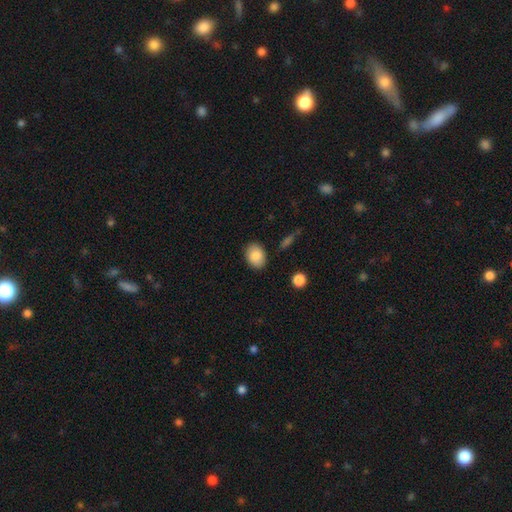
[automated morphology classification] This appears to be a smooth galaxy with no disk features (86%) that is in between round and cigar-shaped (74%). Merging: none (86%).